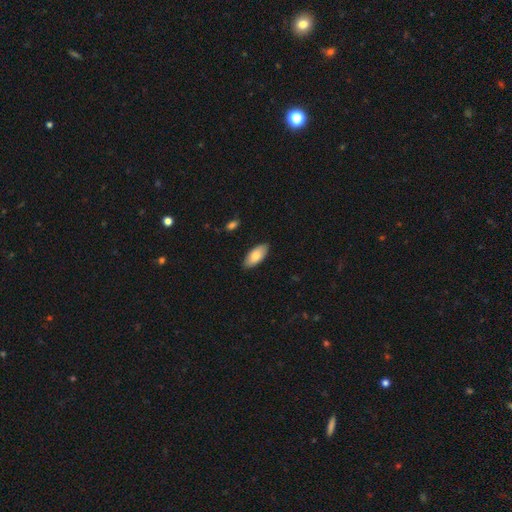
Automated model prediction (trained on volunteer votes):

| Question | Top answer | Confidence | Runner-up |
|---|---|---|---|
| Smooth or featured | smooth | 80% | featured or disk (14%) |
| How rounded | in between | 90% | cigar-shaped (8%) |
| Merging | none | 88% | minor disturbance (9%) |